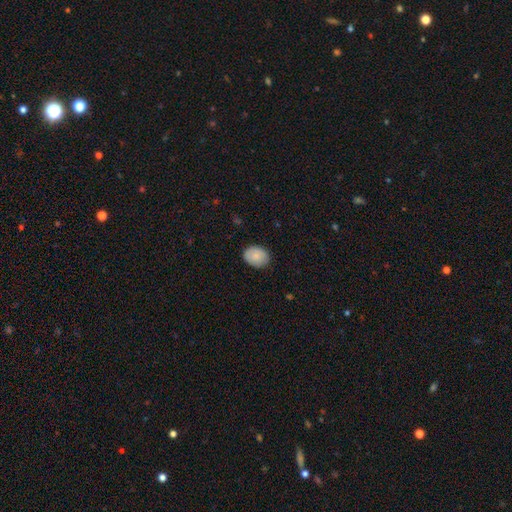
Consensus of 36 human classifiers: Smooth or featured? smooth (86%)
How rounded? in between (58%)
Merging? none (89%)